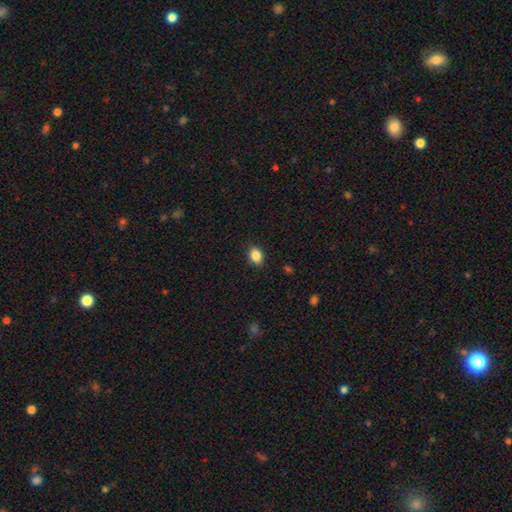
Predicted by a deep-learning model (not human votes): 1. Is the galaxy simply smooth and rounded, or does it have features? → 88% smooth, 9% star or artifact, 3% featured or disk.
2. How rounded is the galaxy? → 64% in between, 35% round, 1% cigar-shaped.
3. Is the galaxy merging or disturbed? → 89% none, 8% minor disturbance, 2% major disturbance, 1% merger.